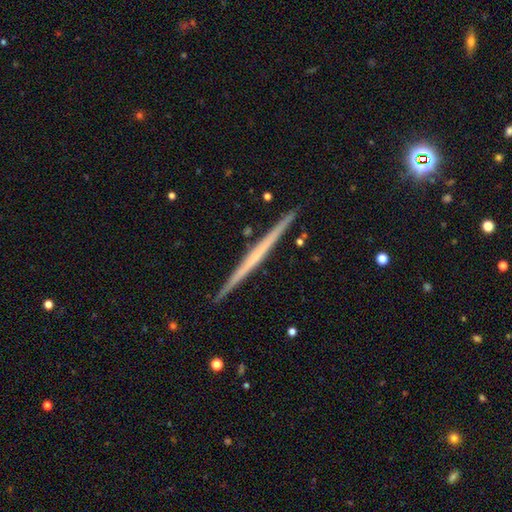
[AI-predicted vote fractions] Overall: featured or disk (66%; smooth 29%). Edge-on disk: yes (98%). Edge-on bulge: none (86%). Merging: none (92%).